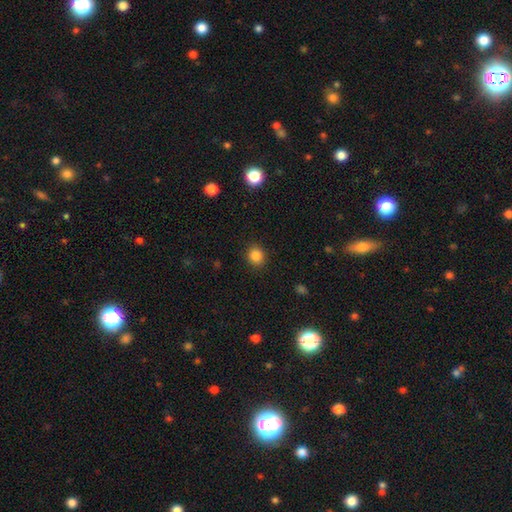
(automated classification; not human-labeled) Smooth or featured? Predicted: smooth (p=0.85). How rounded? Predicted: round (p=0.81). Merging? Predicted: none (p=0.90).